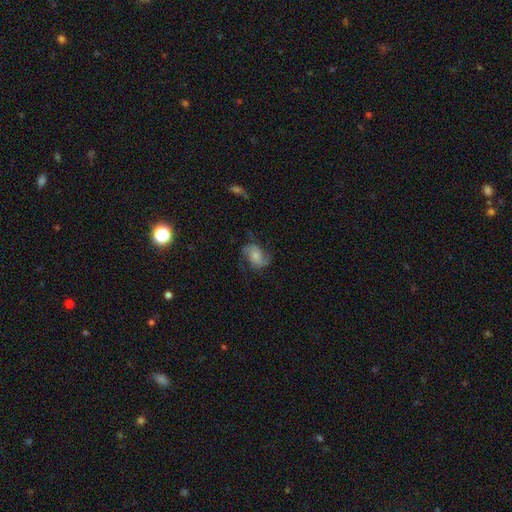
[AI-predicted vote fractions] The model was most divided on "bulge size": moderate: 33%, small: 28%, none: 18%, large: 17%, dominant: 3%. More confident: edge-on disk — no (97%); spiral arms — yes (89%); bar — no (60%); merging — none (59%); smooth or featured — featured or disk (55%).